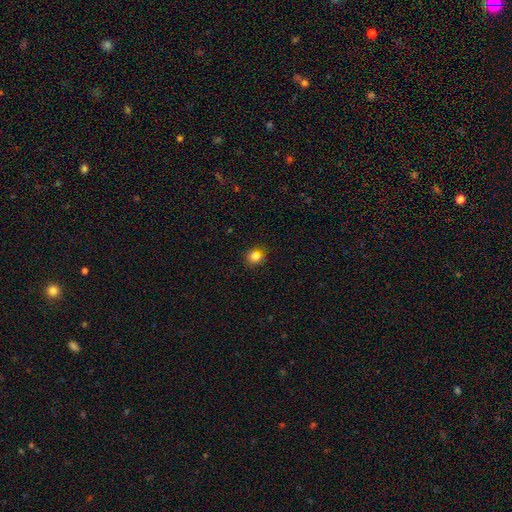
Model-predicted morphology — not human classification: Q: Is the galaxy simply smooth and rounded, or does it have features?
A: smooth — 82%.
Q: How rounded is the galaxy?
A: round — 79%.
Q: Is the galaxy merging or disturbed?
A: none — 89%.